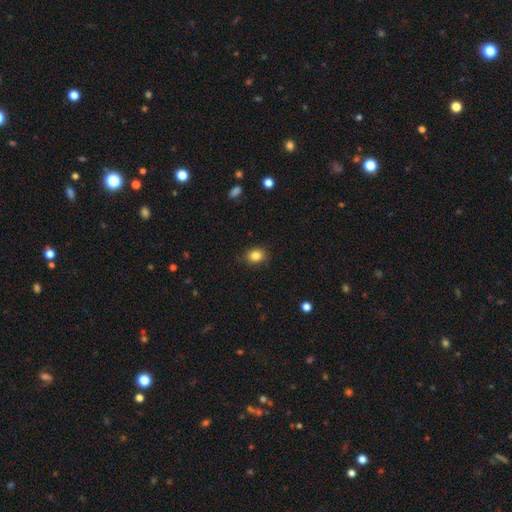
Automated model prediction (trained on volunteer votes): Q: Smooth or featured?
A: smooth (84%); runner-up: star or artifact (10%)
Q: How rounded?
A: round (55%); runner-up: in between (44%)
Q: Merging?
A: none (85%); runner-up: minor disturbance (12%)